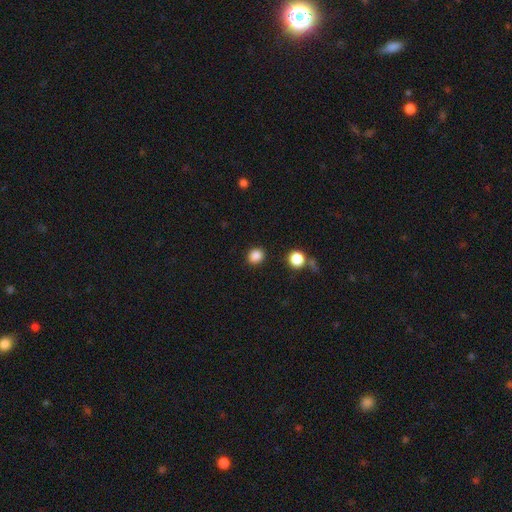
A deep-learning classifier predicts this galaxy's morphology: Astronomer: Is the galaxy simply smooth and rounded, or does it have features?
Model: smooth — 86%.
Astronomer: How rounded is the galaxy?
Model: round — 76%.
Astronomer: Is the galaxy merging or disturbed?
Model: none — 89%.